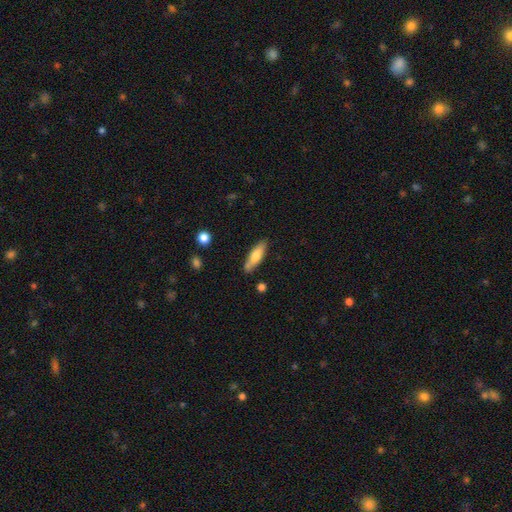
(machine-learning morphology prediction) smooth 70%, featured or disk 24%, star or artifact 6%. Down the decision tree: how rounded — cigar-shaped (50%); merging — none (73%).